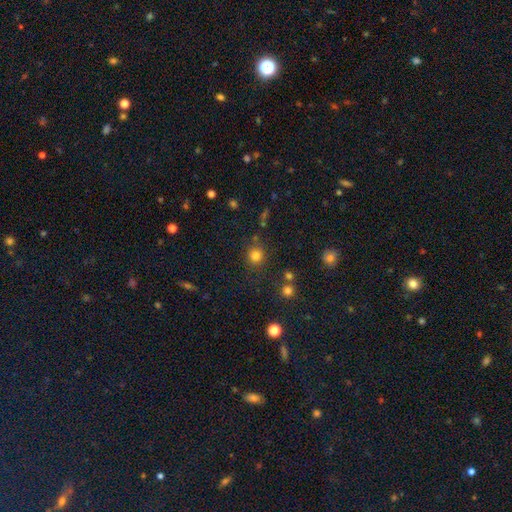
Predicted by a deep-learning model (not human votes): Overall: smooth (79%). How rounded: round (87%). Merging: none (79%).